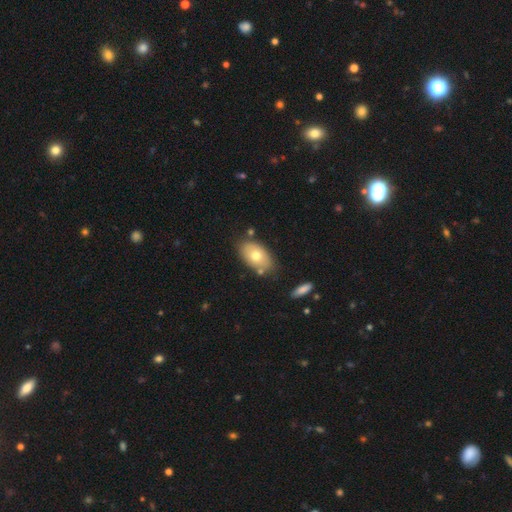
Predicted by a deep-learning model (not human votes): Smooth or featured? smooth (69%)
How rounded? in between (90%)
Merging? none (73%)